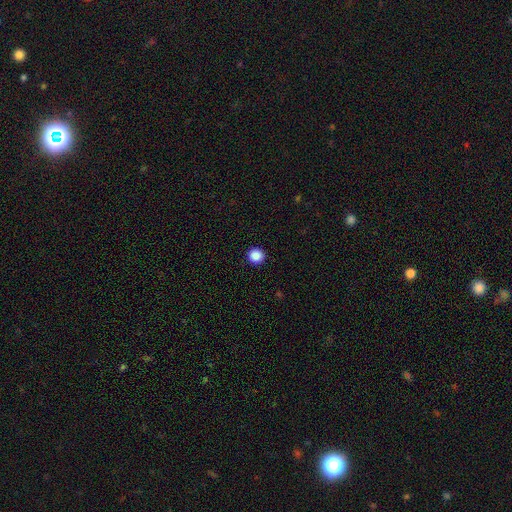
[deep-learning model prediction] Q: Smooth or featured?
A: smooth (88%); runner-up: star or artifact (9%)
Q: How rounded?
A: round (94%); runner-up: in between (5%)
Q: Merging?
A: none (93%); runner-up: minor disturbance (4%)